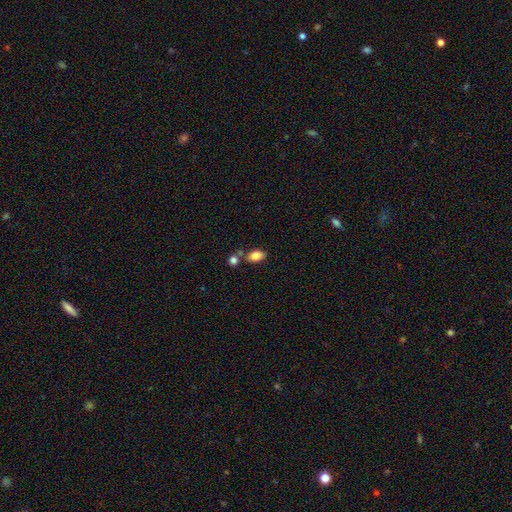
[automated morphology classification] smooth_or_featured: smooth (p=0.82) [alt: featured or disk p=0.10]
how_rounded: in between (p=0.88) [alt: round p=0.09]
merging: none (p=0.65) [alt: merger p=0.20]